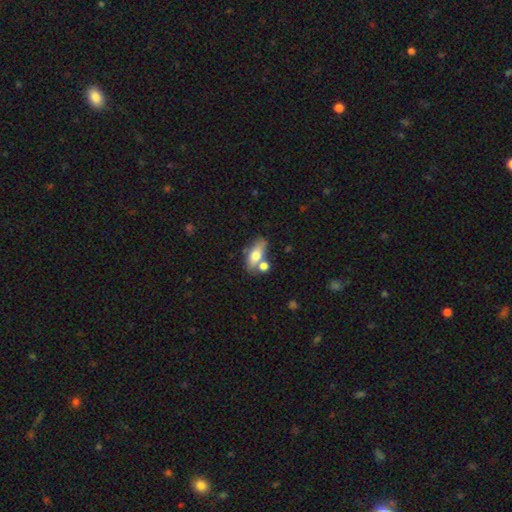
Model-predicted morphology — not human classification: This is likely a smooth galaxy (67%). How rounded: likely in between (77%). Merging: possibly none (52%).